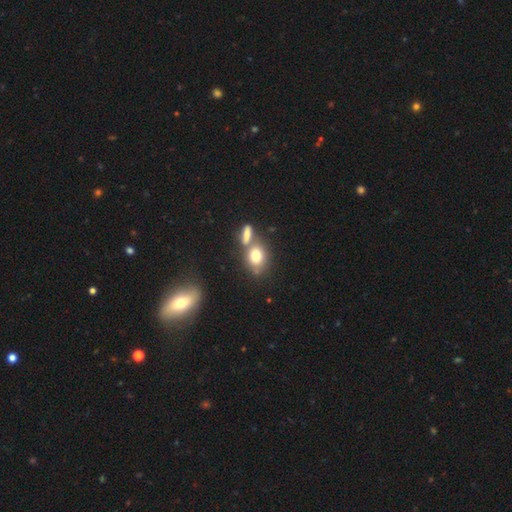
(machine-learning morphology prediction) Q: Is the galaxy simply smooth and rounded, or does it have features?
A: smooth — 76%.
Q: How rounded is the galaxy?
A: in between — 49%, tied with round.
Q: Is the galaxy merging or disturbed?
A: none — 48%.